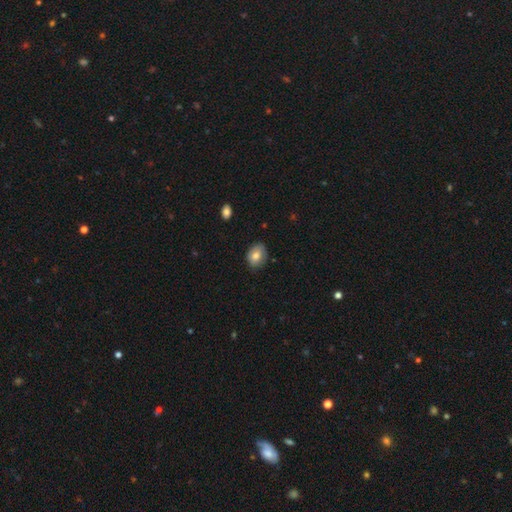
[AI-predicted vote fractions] This is likely a smooth galaxy (79%). How rounded: likely in between (69%). Merging: likely none (77%).